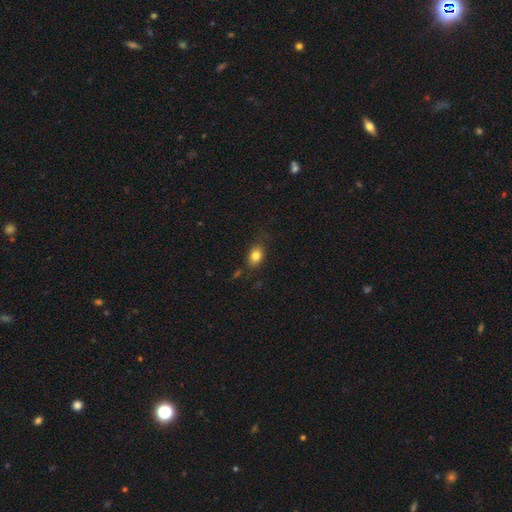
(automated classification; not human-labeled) smooth 81%, star or artifact 10%, featured or disk 9%. Down the decision tree: how rounded — in between (74%); merging — none (78%).